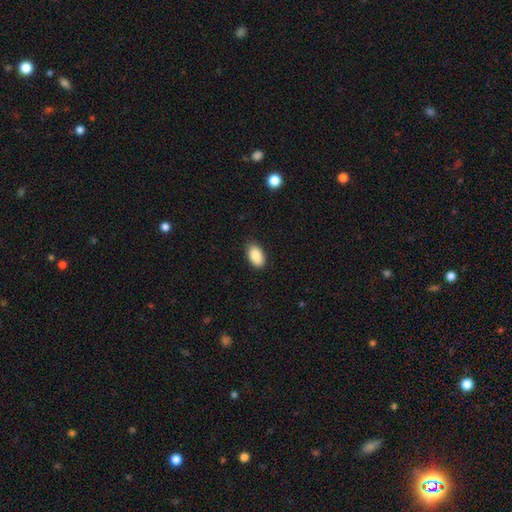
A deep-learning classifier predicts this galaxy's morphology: The model was most divided on "merging": none: 86%, minor disturbance: 11%, major disturbance: 2%, merger: 1%. More confident: how rounded — in between (94%); smooth or featured — smooth (89%).